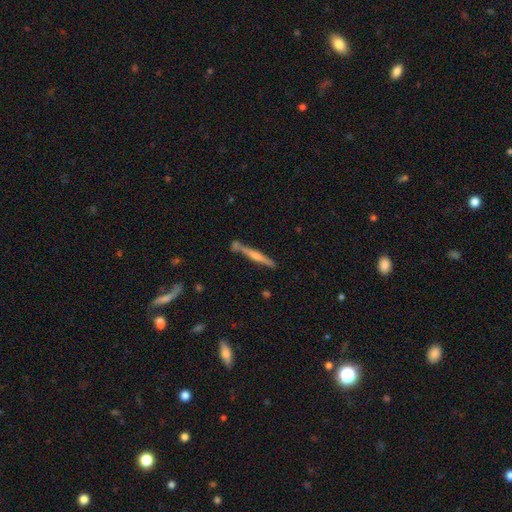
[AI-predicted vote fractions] A featured or disk galaxy (73%) viewed edge-on (97%) with a rounded central bulge (77%). Merging: none (79%).